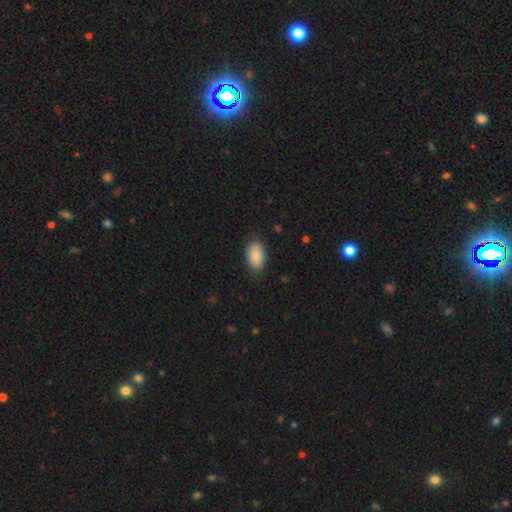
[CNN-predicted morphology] smooth-or-featured: smooth: 90% | star or artifact: 6% | featured or disk: 4%
  how-rounded: in between: 94% | round: 3% | cigar-shaped: 3%
  merging: none: 85% | minor disturbance: 11% | major disturbance: 3% | merger: 1%